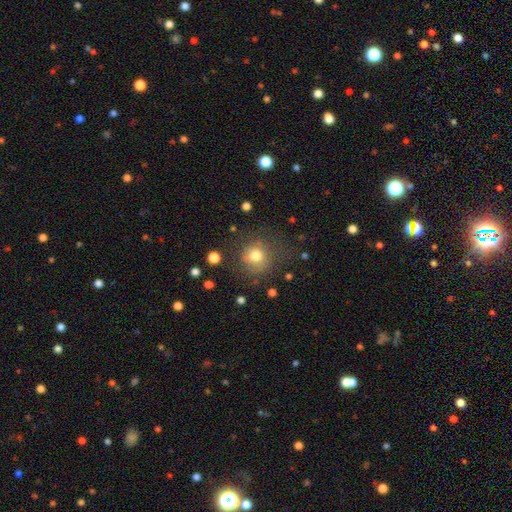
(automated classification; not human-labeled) Smooth or featured? Predicted: smooth (p=0.76). How rounded? Predicted: round (p=0.88). Merging? Predicted: none (p=0.69).